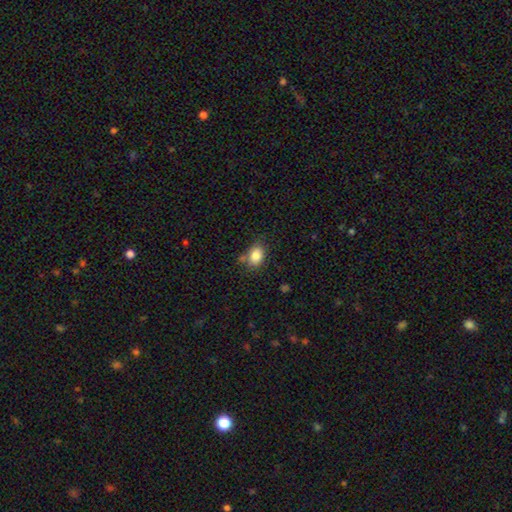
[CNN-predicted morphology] This appears to be a smooth galaxy with no disk features (85%) that is in between round and cigar-shaped (72%). Merging: none (71%).